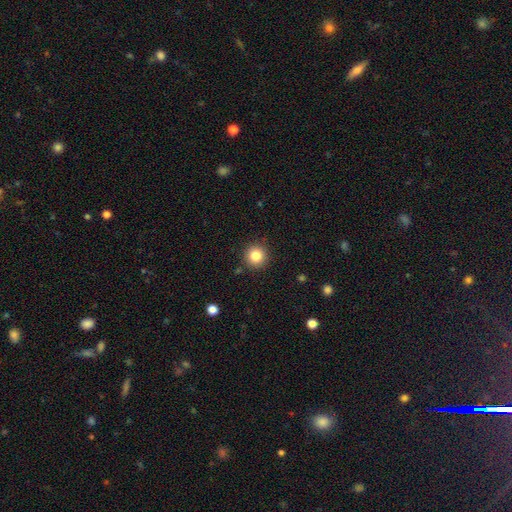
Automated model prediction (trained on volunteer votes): This appears to be a smooth galaxy with no disk features (83%) that is round (95%). Merging: none (90%).